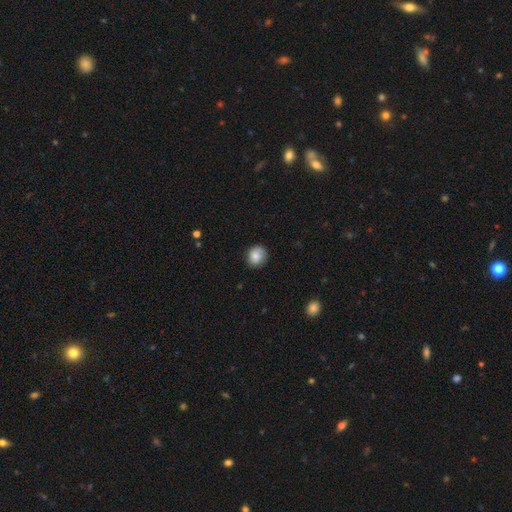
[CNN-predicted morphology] Overall: smooth (80%). How rounded: round (82%). Merging: none (82%).